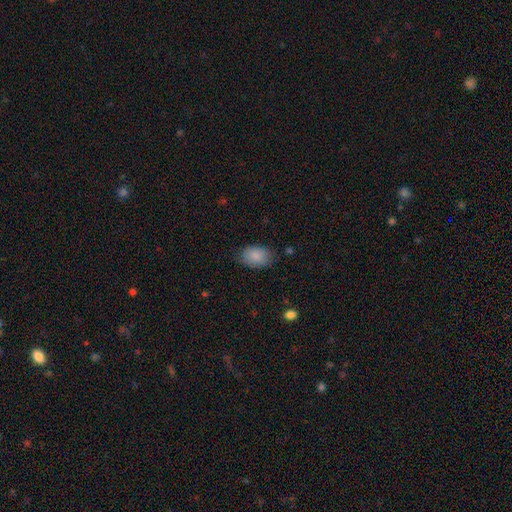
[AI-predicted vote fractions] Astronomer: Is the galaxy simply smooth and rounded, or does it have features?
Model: smooth — 88%.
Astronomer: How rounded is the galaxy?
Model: in between — 88%.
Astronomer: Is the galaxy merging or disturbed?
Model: none — 80%.